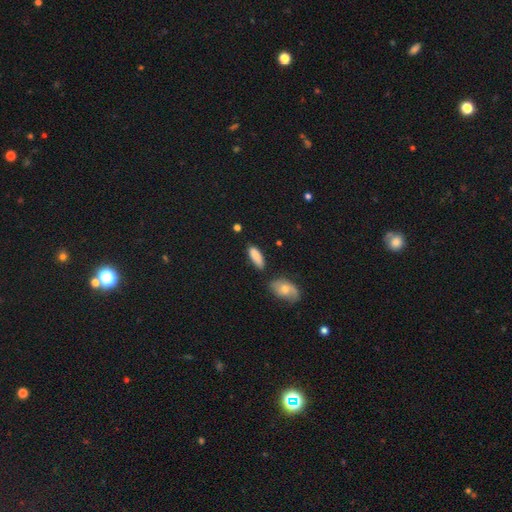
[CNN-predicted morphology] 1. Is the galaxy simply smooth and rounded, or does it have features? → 84% smooth, 9% featured or disk, 7% star or artifact.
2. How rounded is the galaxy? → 74% in between, 23% cigar-shaped, 2% round.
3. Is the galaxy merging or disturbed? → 70% none, 18% minor disturbance, 8% merger, 4% major disturbance.